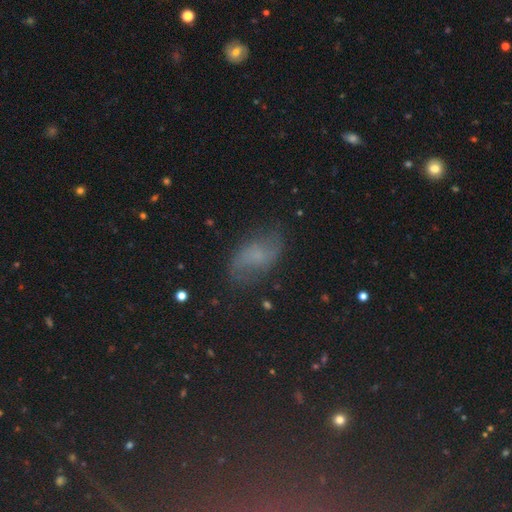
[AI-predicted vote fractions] smooth_or_featured: featured or disk (p=0.47) [alt: smooth p=0.33]
merging: none (p=0.71) [alt: minor disturbance p=0.19]